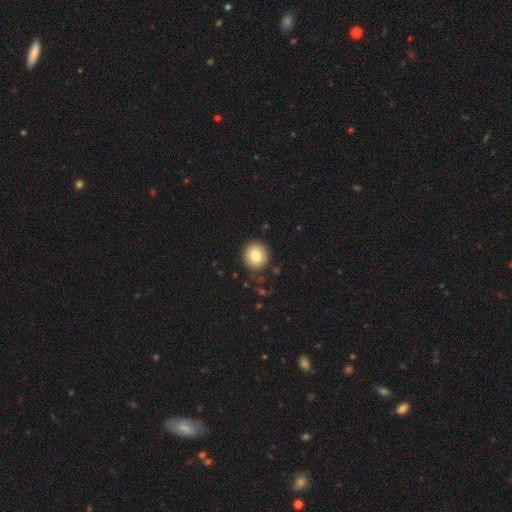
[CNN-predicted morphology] Smooth or featured? smooth (81%)
How rounded? round (92%)
Merging? none (86%)